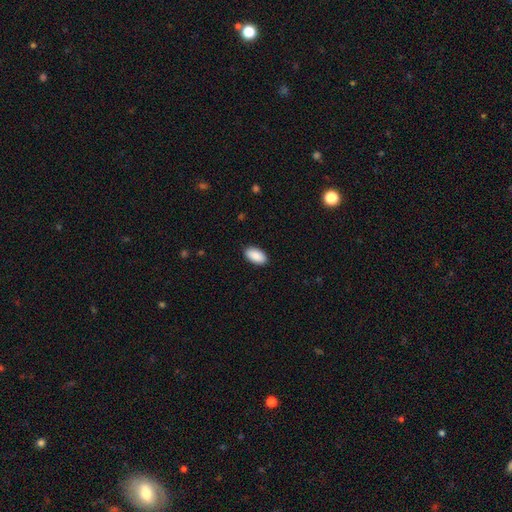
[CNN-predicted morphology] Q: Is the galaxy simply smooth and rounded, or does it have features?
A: smooth — 90%.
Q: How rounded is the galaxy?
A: in between — 95%.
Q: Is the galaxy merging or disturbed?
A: none — 89%.